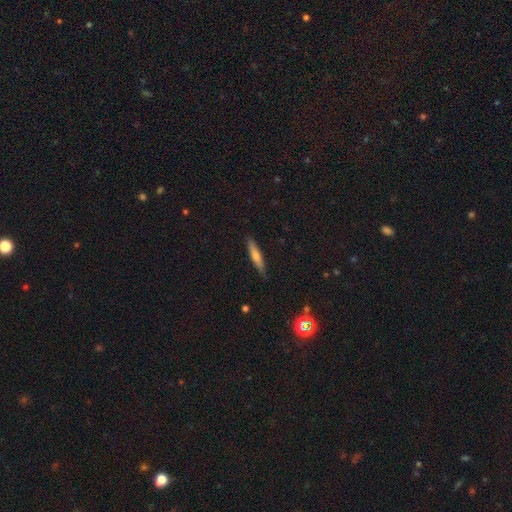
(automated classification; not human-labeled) The model was most divided on "smooth or featured": smooth: 60%, featured or disk: 33%, star or artifact: 7%. More confident: how rounded — cigar-shaped (88%); merging — none (86%).